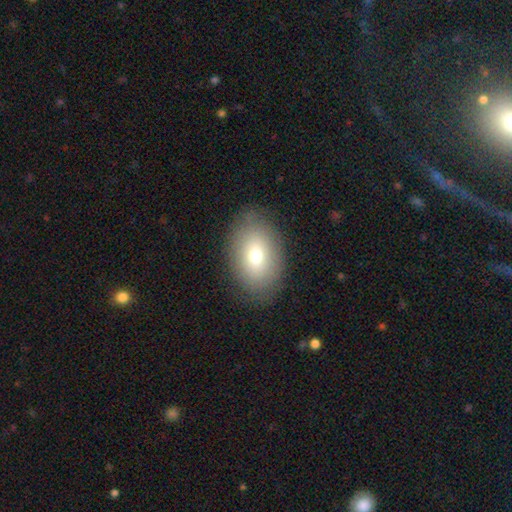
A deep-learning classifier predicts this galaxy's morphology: A smooth galaxy with no disk features (72%) that is in between round and cigar-shaped (85%). Merging: none (85%).